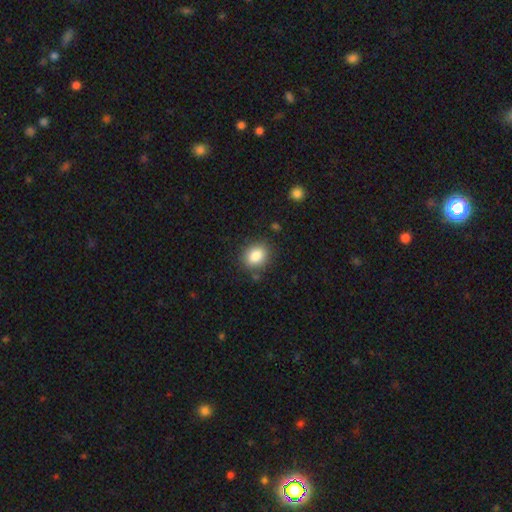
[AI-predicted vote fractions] The model was most divided on "how rounded": round: 56%, in between: 43%, cigar-shaped: 1%. More confident: smooth or featured — smooth (85%); merging — none (84%).